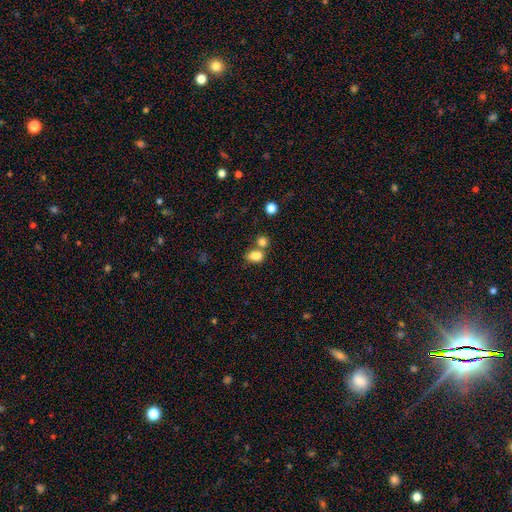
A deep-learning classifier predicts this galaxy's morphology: Smooth or featured? Predicted: smooth (p=0.83). How rounded? Predicted: in between (p=0.77). Merging? Predicted: none (p=0.44).